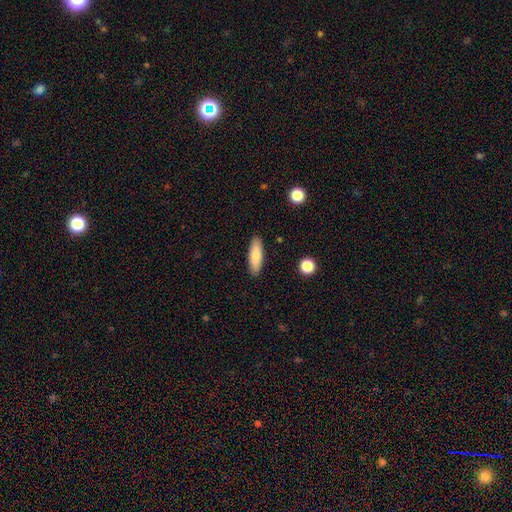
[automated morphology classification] Q: Smooth or featured?
A: smooth (83%); runner-up: featured or disk (11%)
Q: How rounded?
A: cigar-shaped (50%); runner-up: in between (48%)
Q: Merging?
A: none (89%); runner-up: minor disturbance (8%)